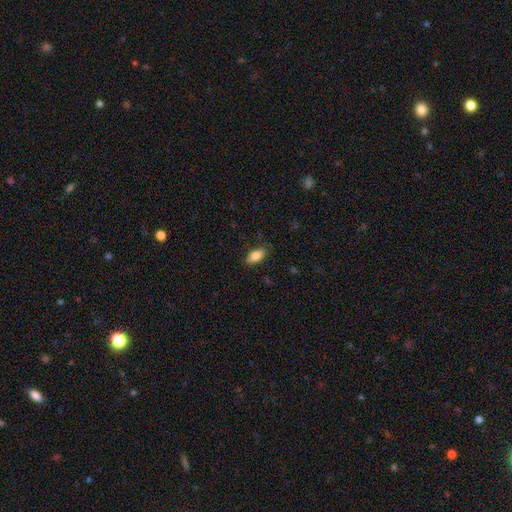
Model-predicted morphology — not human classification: Smooth or featured: smooth — 85% (featured or disk — 8%)
How rounded: in between — 88% (cigar-shaped — 9%)
Merging: none — 83% (minor disturbance — 13%)